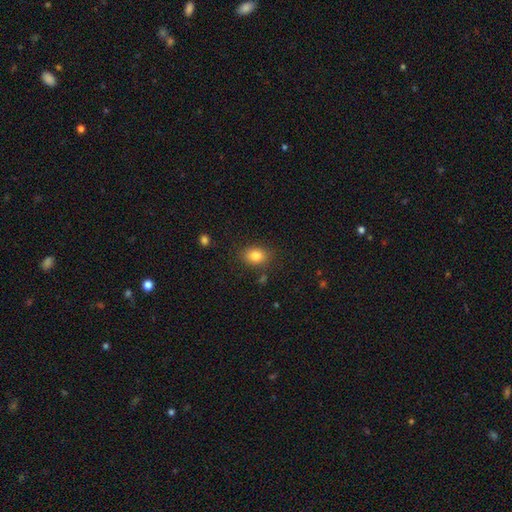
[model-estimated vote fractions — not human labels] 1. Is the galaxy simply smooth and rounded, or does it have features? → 83% smooth, 10% star or artifact, 7% featured or disk.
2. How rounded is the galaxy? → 67% in between, 32% round, 1% cigar-shaped.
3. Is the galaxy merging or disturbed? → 83% none, 12% minor disturbance, 3% major disturbance, 2% merger.